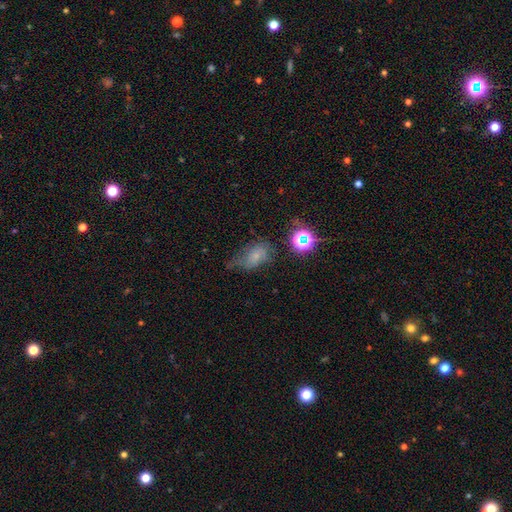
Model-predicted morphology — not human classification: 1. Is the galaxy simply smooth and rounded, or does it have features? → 57% smooth, 22% featured or disk, 21% star or artifact.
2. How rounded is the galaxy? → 81% in between, 17% round, 2% cigar-shaped.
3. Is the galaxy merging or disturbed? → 37% none, 36% minor disturbance, 23% major disturbance, 4% merger.